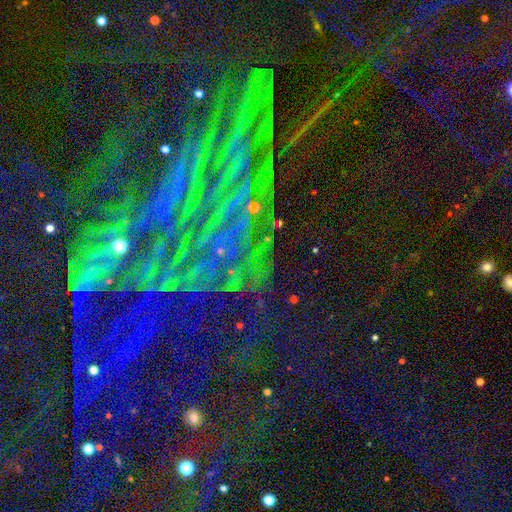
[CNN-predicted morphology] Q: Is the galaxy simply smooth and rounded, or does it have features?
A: star or artifact — 82%.